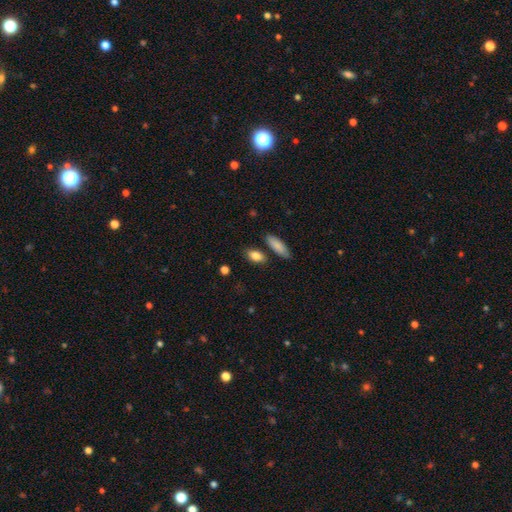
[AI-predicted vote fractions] This is clearly a smooth galaxy (84%). How rounded: clearly in between (81%). Merging: likely none (77%).